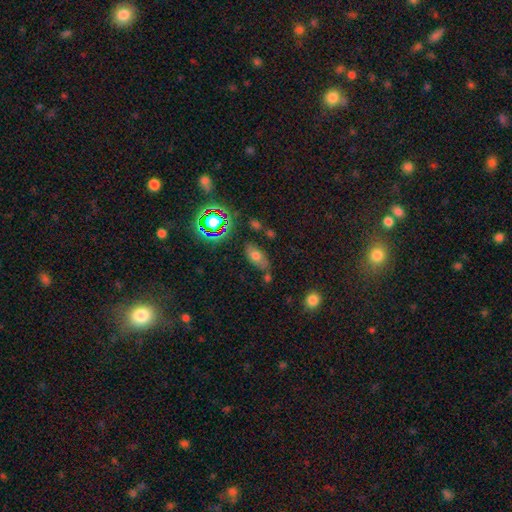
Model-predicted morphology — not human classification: Smooth or featured? Predicted: smooth (p=0.62). How rounded? Predicted: in between (p=0.85). Merging? Predicted: none (p=0.65).